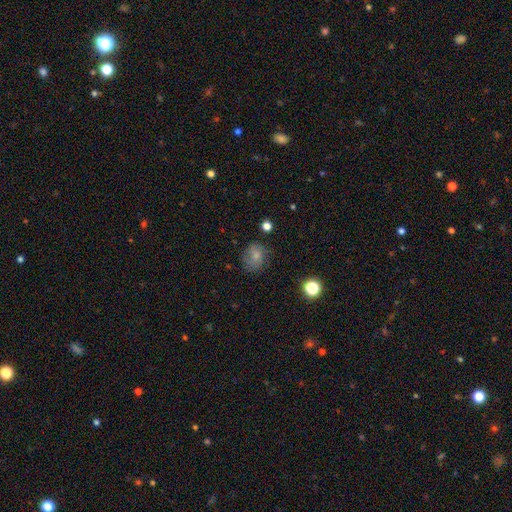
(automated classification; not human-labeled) Smooth or featured? smooth (67%)
How rounded? round (64%)
Merging? none (65%)